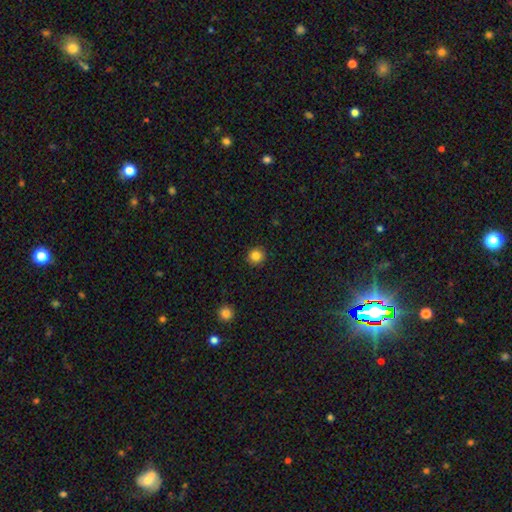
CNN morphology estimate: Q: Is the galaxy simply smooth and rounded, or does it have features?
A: smooth — 84%.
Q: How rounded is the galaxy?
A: round — 93%.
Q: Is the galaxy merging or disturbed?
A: none — 92%.